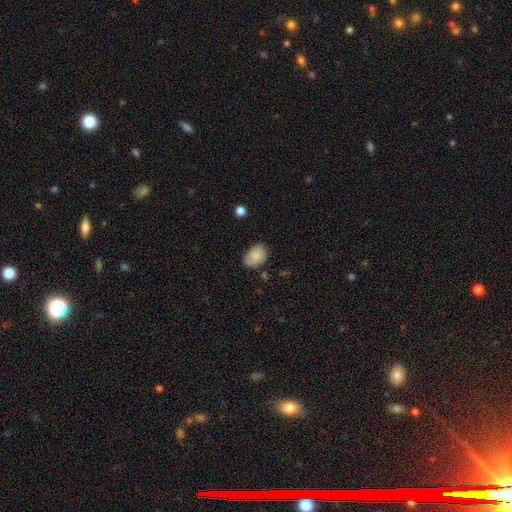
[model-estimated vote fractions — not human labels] smooth-or-featured: smooth: 84% | featured or disk: 8% | star or artifact: 8%
  how-rounded: in between: 76% | round: 23% | cigar-shaped: 1%
  merging: none: 67% | minor disturbance: 26% | major disturbance: 5% | merger: 3%